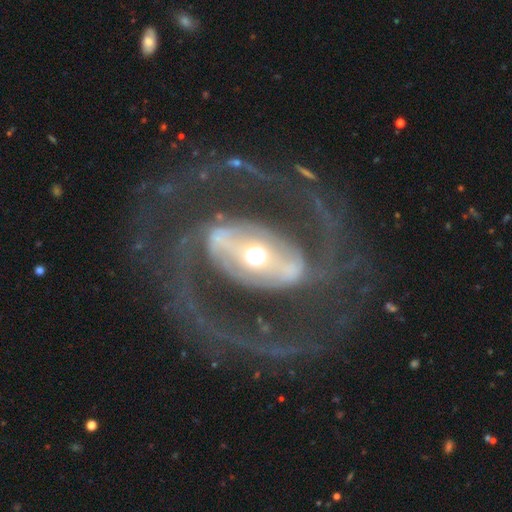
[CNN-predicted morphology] featured or disk 88%, smooth 7%, star or artifact 5%. Down the decision tree: edge-on disk — no (96%); bar — strong (55%); spiral arms — yes (91%); spiral arm count — 2 (88%); spiral winding — medium (48%); bulge size — moderate (70%); merging — none (66%).